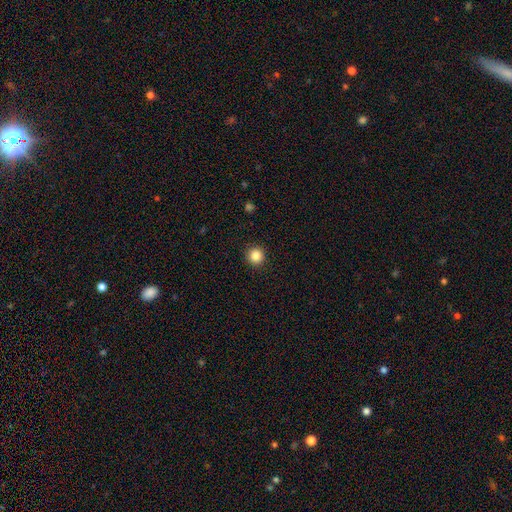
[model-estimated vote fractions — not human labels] smooth 85%, star or artifact 11%, featured or disk 4%. Down the decision tree: how rounded — round (95%); merging — none (93%).